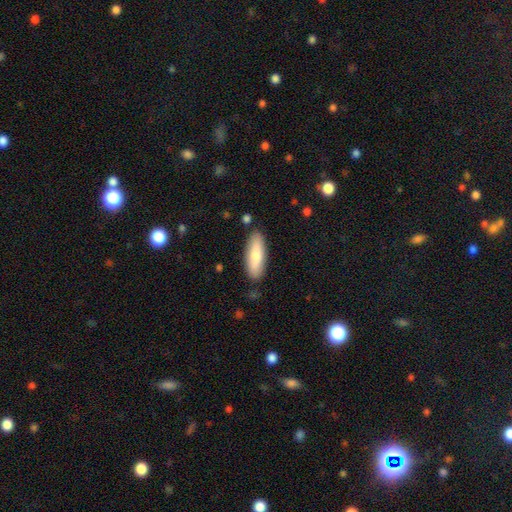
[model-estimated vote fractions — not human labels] Morphology: type=smooth (75%); roundness=in between (58%); merging=none (85%).